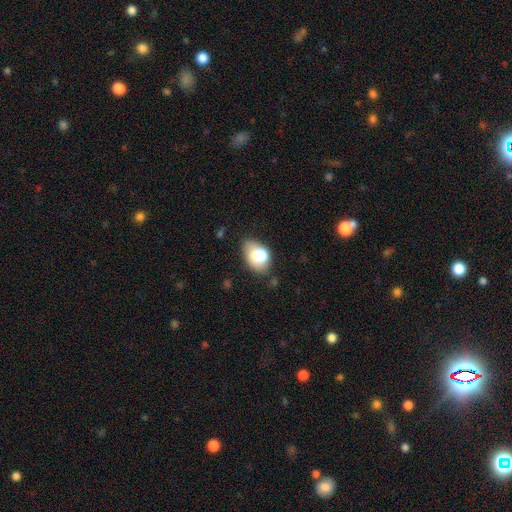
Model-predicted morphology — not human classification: Smooth or featured? smooth (71%)
How rounded? in between (76%)
Merging? none (44%)